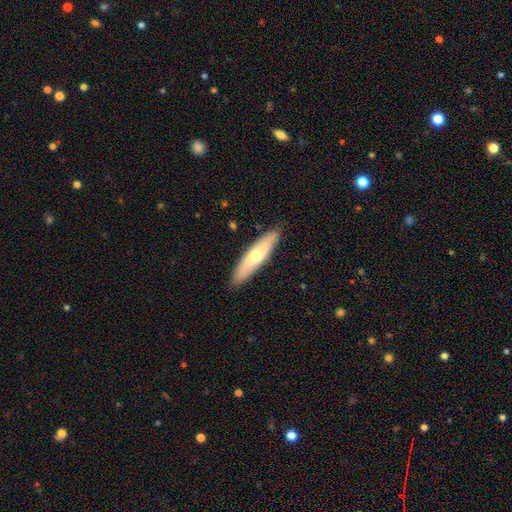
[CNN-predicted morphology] smooth_or_featured: smooth (p=0.54) [alt: featured or disk p=0.41]
how_rounded: cigar-shaped (p=0.74) [alt: in between p=0.25]
merging: none (p=0.89) [alt: minor disturbance p=0.09]